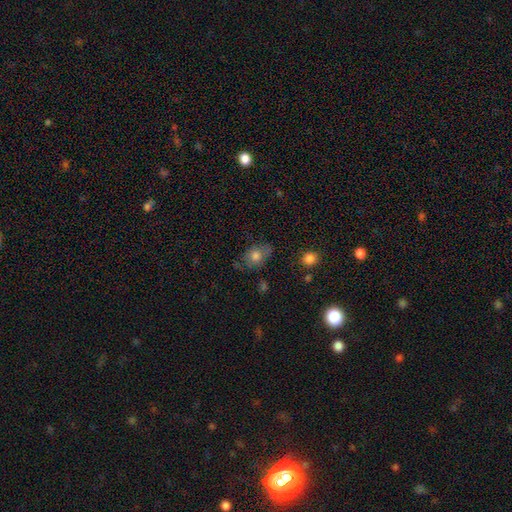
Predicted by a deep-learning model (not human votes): Smooth or featured: smooth — 71% (featured or disk — 17%)
How rounded: in between — 66% (round — 32%)
Merging: none — 66% (minor disturbance — 23%)